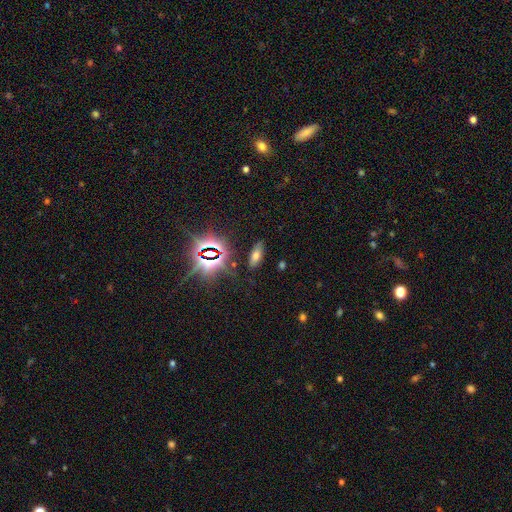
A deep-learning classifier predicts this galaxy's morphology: smooth-or-featured: smooth: 55% | star or artifact: 30% | featured or disk: 15%
  how-rounded: in between: 80% | cigar-shaped: 16% | round: 4%
  merging: none: 84% | minor disturbance: 10% | major disturbance: 4% | merger: 2%